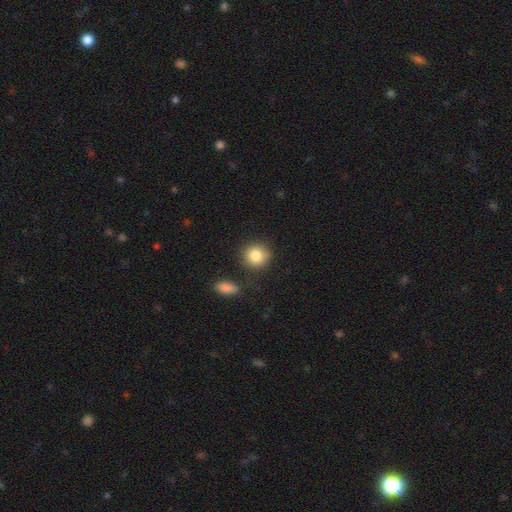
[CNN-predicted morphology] This appears to be a smooth galaxy with no disk features (85%) that is round (85%). Merging: none (80%).